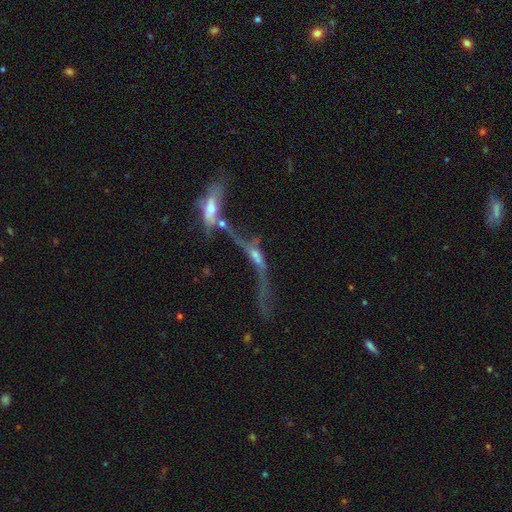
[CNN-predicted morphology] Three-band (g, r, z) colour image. It shows a featured or disk galaxy (64%). Merging: merger (60%).